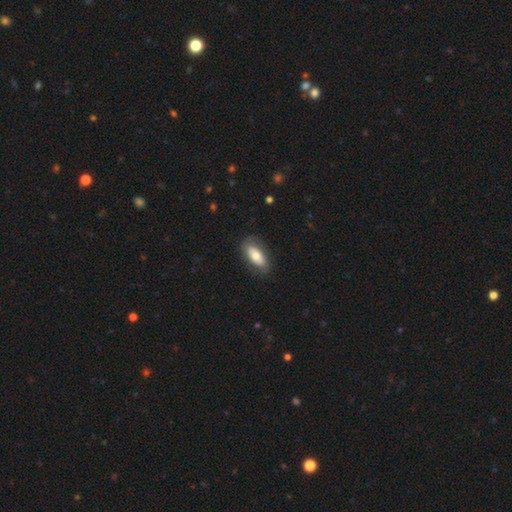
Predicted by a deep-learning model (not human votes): Q: Smooth or featured?
A: smooth (67%); runner-up: featured or disk (27%)
Q: How rounded?
A: in between (84%); runner-up: cigar-shaped (13%)
Q: Merging?
A: none (75%); runner-up: minor disturbance (17%)